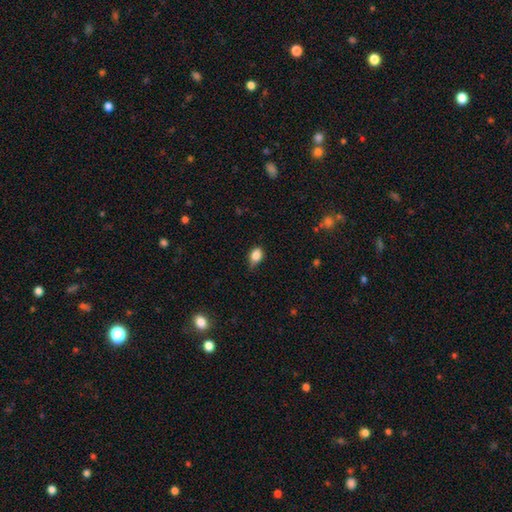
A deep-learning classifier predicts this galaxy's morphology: This appears to be a smooth galaxy with no disk features (84%) that is in between round and cigar-shaped (73%). Merging: none (52%).